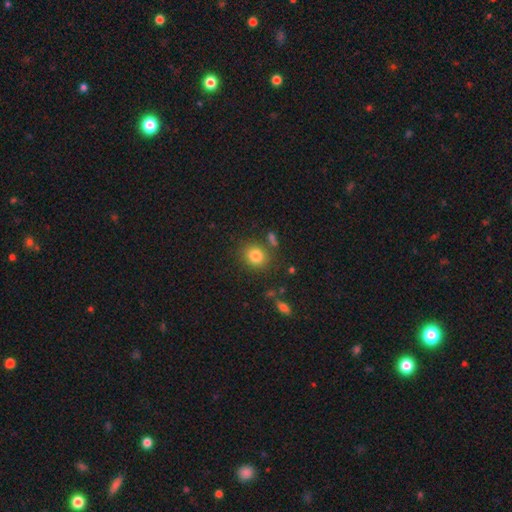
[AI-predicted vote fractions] Morphology: type=smooth (82%); roundness=round (73%); merging=none (80%).